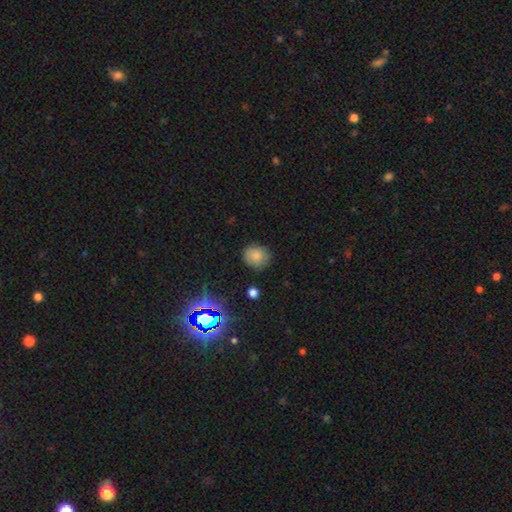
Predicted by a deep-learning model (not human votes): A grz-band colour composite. It shows a smooth galaxy with no disk features (80%) that is round (83%). Merging: none (83%).